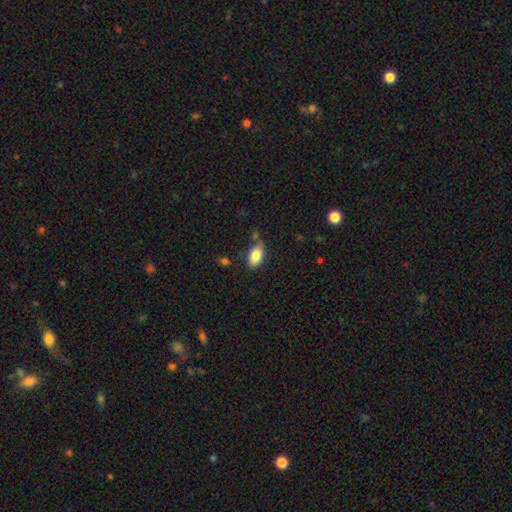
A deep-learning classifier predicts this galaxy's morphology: This appears to be a smooth galaxy with no disk features (84%) that is in between round and cigar-shaped (91%). Merging: none (69%).